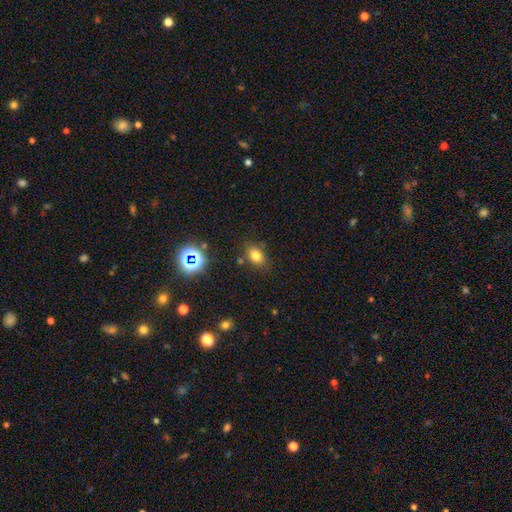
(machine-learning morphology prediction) Q: Smooth or featured?
A: smooth (75%); runner-up: star or artifact (16%)
Q: How rounded?
A: in between (72%); runner-up: round (27%)
Q: Merging?
A: none (77%); runner-up: minor disturbance (13%)